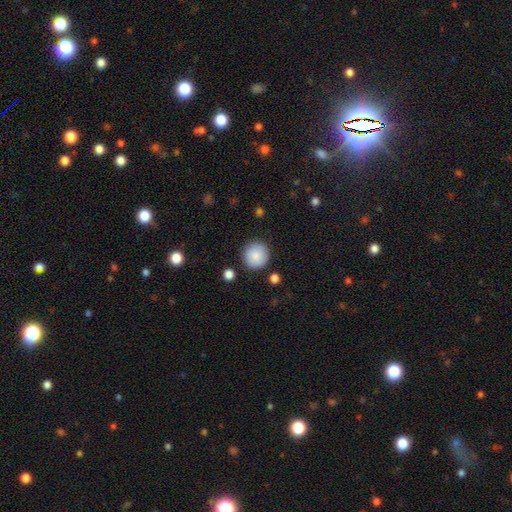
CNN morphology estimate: A smooth galaxy with no disk features (86%) that is round (94%). Merging: none (87%).